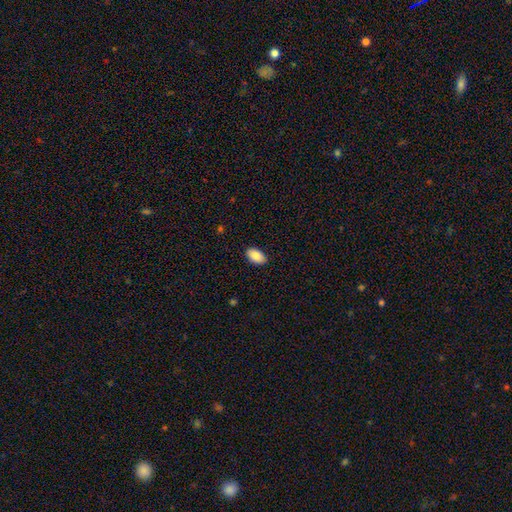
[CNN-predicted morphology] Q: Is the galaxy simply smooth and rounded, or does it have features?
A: smooth — 85%.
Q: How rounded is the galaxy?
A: in between — 95%.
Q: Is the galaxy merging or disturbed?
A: none — 89%.